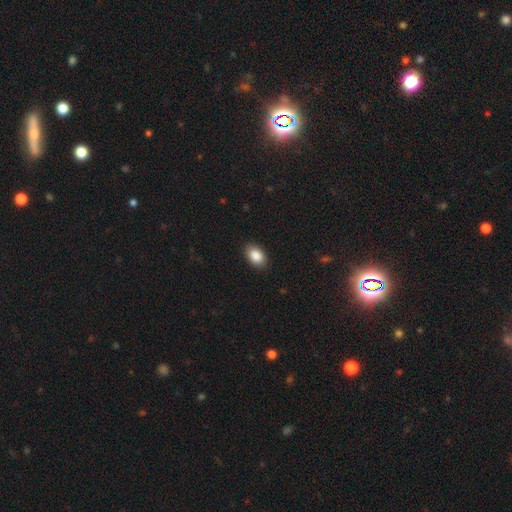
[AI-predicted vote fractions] Smooth or featured? Predicted: smooth (p=0.88). How rounded? Predicted: in between (p=0.87). Merging? Predicted: none (p=0.87).